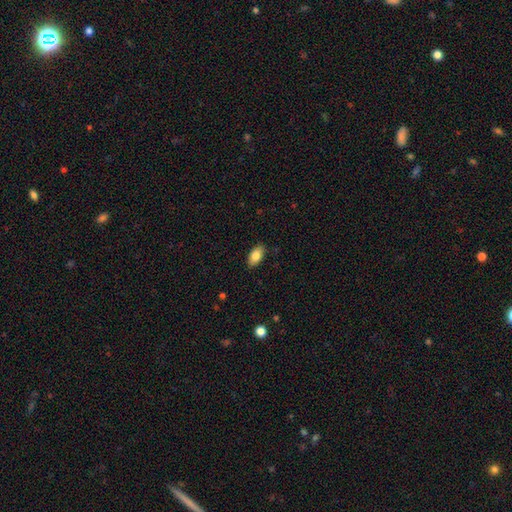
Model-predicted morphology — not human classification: Smooth or featured? smooth (82%)
How rounded? in between (93%)
Merging? none (87%)